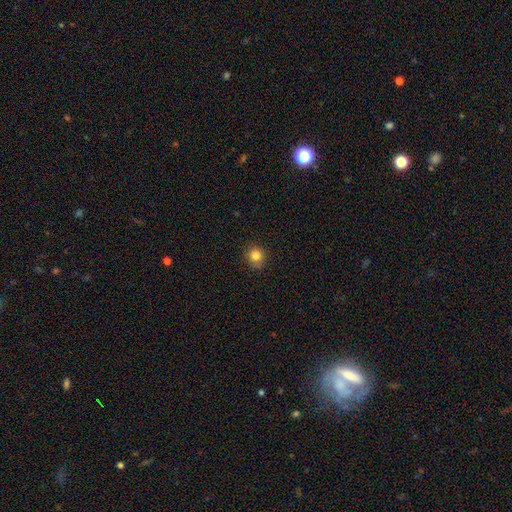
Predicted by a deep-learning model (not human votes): A smooth galaxy with no disk features (83%) that is round (88%). Merging: none (87%).